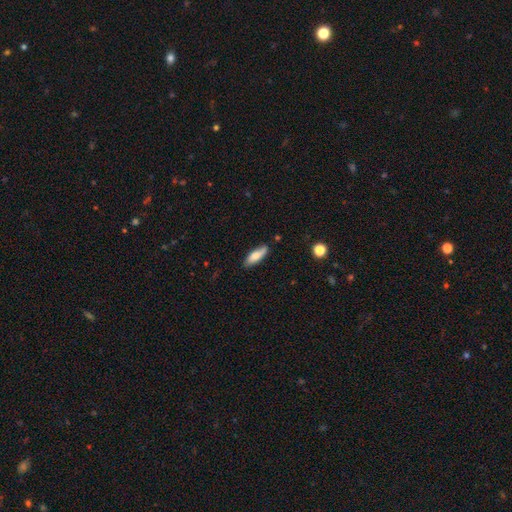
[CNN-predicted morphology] type=smooth (74%); roundness=in between (50%); merging=none (79%).